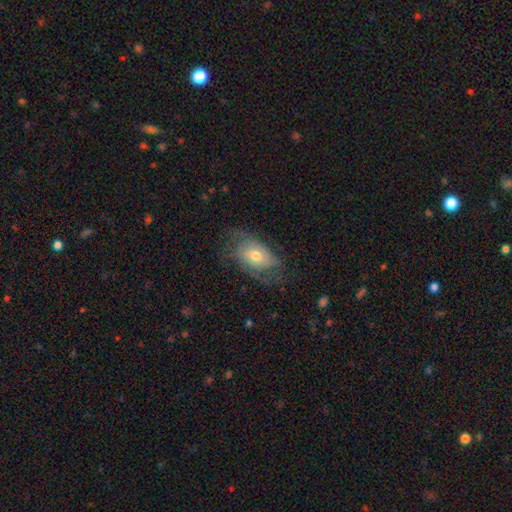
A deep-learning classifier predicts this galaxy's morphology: A featured or disk galaxy (66%) with no bar (75%), 2 (47%) medium (40%, tied with tight) spiral arms (85%) and a moderate central bulge (67%). Merging: none (61%).